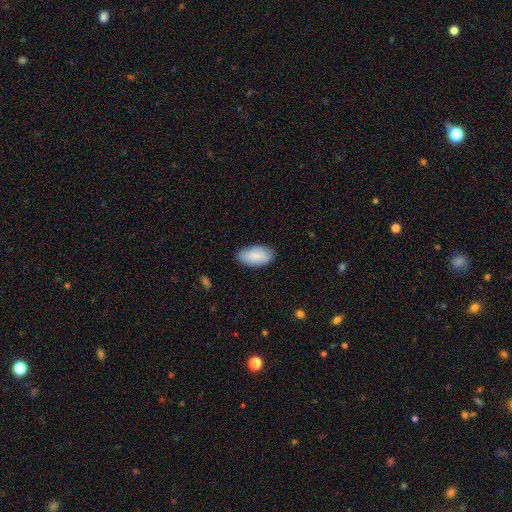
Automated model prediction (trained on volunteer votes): The model was most divided on "merging": none: 84%, minor disturbance: 13%, major disturbance: 3%, merger: 1%. More confident: how rounded — in between (95%); smooth or featured — smooth (86%).